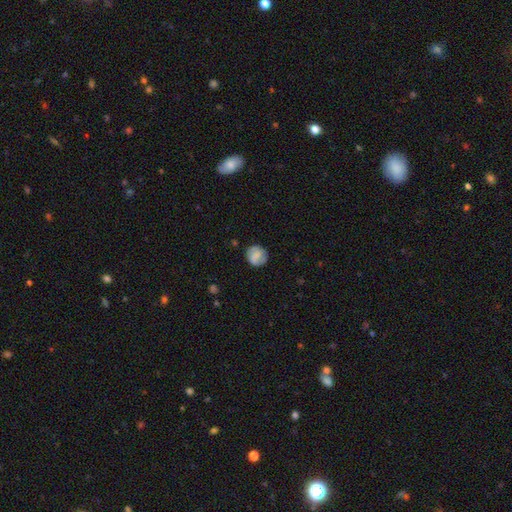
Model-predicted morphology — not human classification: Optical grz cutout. It shows a smooth galaxy with no disk features (49%). Merging: none (81%).